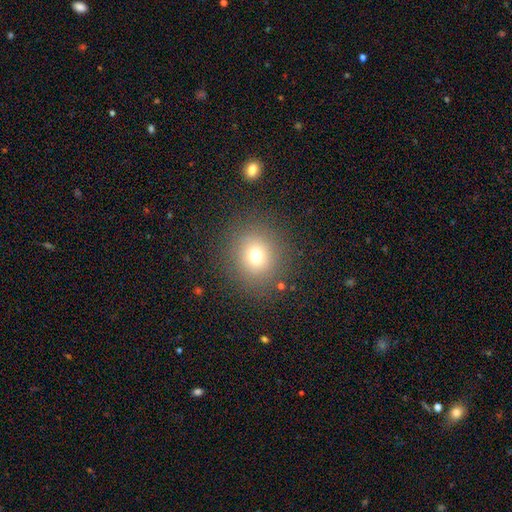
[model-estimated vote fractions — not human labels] smooth 71%, star or artifact 17%, featured or disk 11%. Down the decision tree: how rounded — round (90%); merging — none (87%).